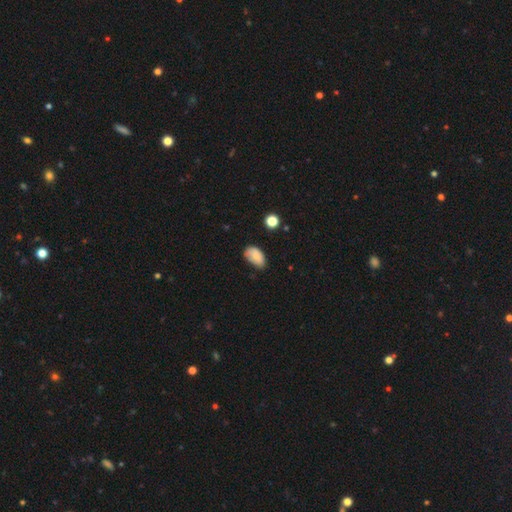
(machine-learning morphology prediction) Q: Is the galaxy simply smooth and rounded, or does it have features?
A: smooth — 80%.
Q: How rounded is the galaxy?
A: in between — 92%.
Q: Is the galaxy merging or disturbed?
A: none — 54%.